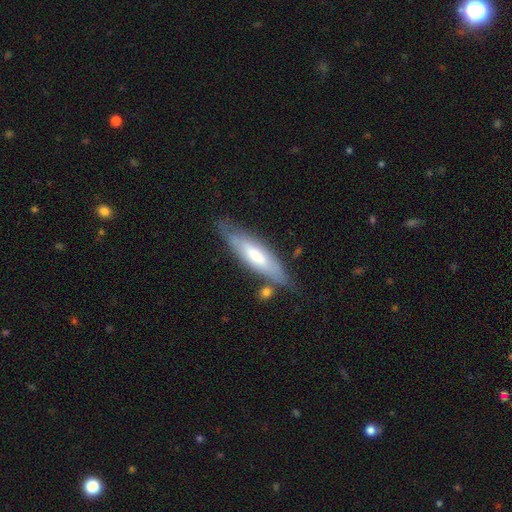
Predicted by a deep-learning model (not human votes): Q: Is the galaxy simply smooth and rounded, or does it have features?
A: smooth — 48%.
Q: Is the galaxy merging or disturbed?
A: none — 71%.